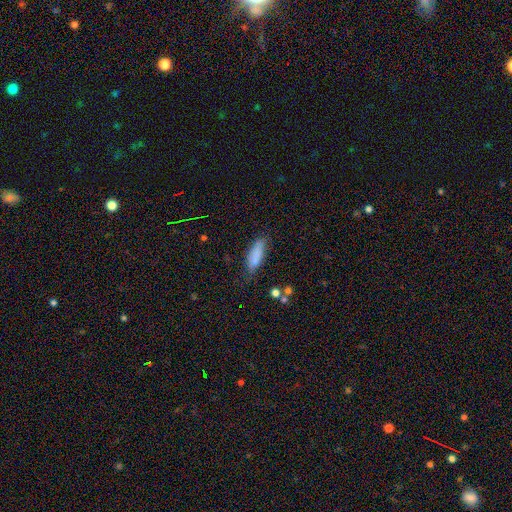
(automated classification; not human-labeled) A smooth galaxy with no disk features (83%) that is in between round and cigar-shaped (56%).

Vote fractions:
- Smooth or featured? smooth: 83% / featured or disk: 10% / star or artifact: 8%
- How rounded? in between: 56% / cigar-shaped: 42% / round: 2%
- Merging? none: 67% / minor disturbance: 24% / major disturbance: 6% / merger: 3%